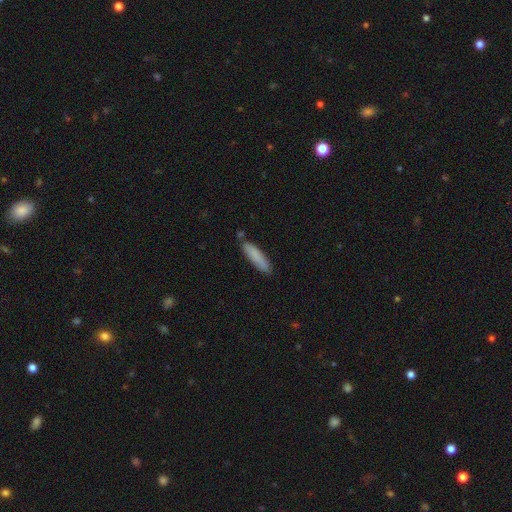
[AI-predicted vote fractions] Overall: smooth (84%). How rounded: cigar-shaped (78%). Merging: none (79%).